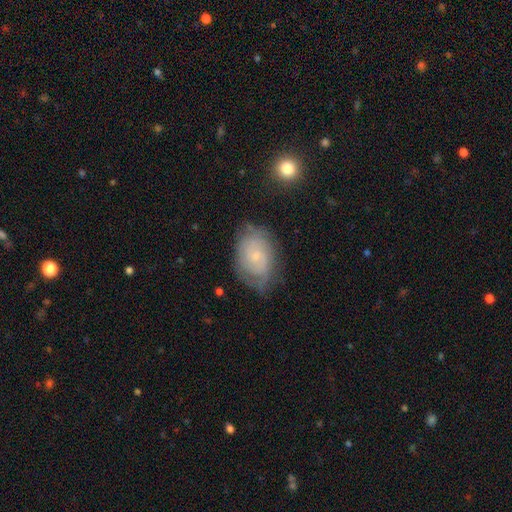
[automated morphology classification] smooth-or-featured: featured or disk: 63% | smooth: 29% | star or artifact: 8%
  disk-edge-on: no: 97% | yes: 3%
    bar: no: 71% | weak: 26% | strong: 3%
    has-spiral-arms: yes: 87% | no: 13%
      spiral-winding: tight: 60% | medium: 30% | loose: 10%
      spiral-arm-count: can't tell: 42% | 2: 38% | 3: 8% | 1: 6% | 4: 3% | more than 4: 3%
    bulge-size: small: 74% | moderate: 19% | none: 5% | large: 1% | dominant: 1%
  merging: none: 65% | minor disturbance: 24% | major disturbance: 9% | merger: 2%